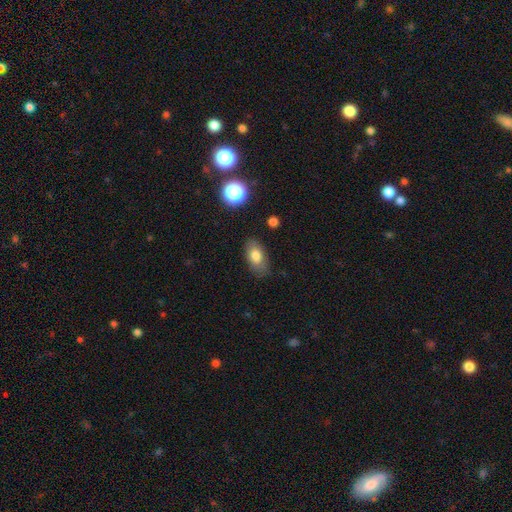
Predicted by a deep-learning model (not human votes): Morphology: type=smooth (77%); roundness=in between (89%); merging=none (77%).